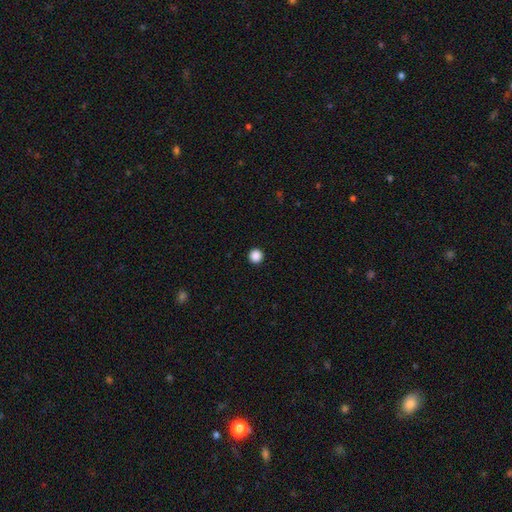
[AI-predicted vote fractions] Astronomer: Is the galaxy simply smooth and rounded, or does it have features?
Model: smooth — 88%.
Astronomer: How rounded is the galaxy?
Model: round — 96%.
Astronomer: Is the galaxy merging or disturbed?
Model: none — 94%.